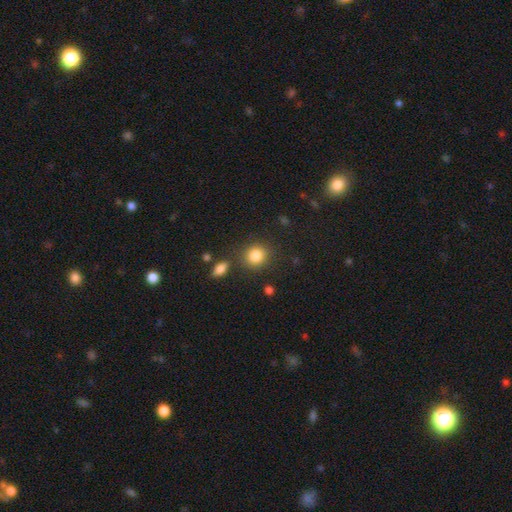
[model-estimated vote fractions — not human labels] smooth-or-featured: smooth: 84% | star or artifact: 10% | featured or disk: 6%
  how-rounded: round: 83% | in between: 16% | cigar-shaped: 1%
  merging: none: 82% | minor disturbance: 9% | merger: 6% | major disturbance: 3%